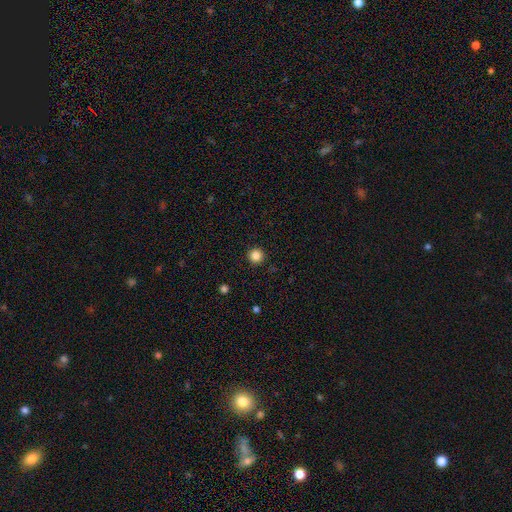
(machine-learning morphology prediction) smooth_or_featured: smooth (p=0.85) [alt: star or artifact p=0.11]
how_rounded: round (p=0.96) [alt: in between p=0.03]
merging: none (p=0.93) [alt: minor disturbance p=0.04]